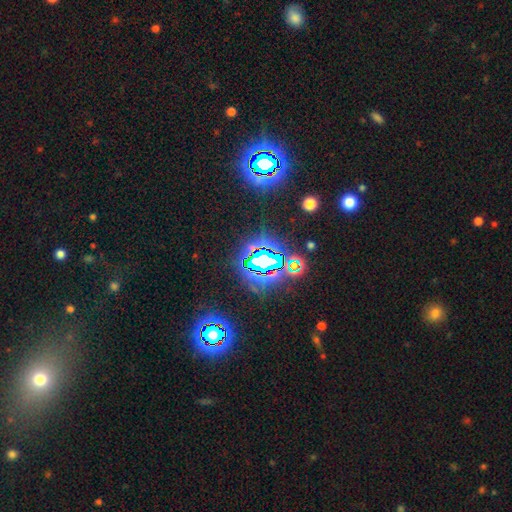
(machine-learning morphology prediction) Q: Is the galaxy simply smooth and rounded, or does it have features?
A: star or artifact — 83%.